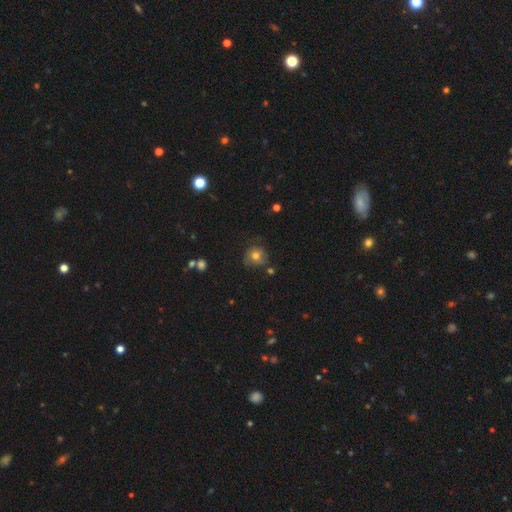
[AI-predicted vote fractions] smooth-or-featured: smooth: 72% | featured or disk: 16% | star or artifact: 12%
  how-rounded: round: 86% | in between: 13% | cigar-shaped: 1%
  merging: none: 67% | minor disturbance: 22% | major disturbance: 7% | merger: 4%